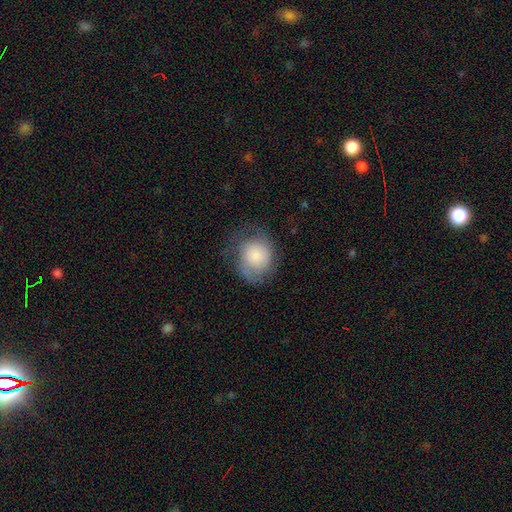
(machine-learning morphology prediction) Smooth or featured?
  - smooth: 61% *
  - featured or disk: 31%
  - star or artifact: 8%
How rounded?
  - round: 67% *
  - in between: 32%
  - cigar-shaped: 1%
Merging?
  - none: 53% *
  - minor disturbance: 26%
  - major disturbance: 20%
  - merger: 2%